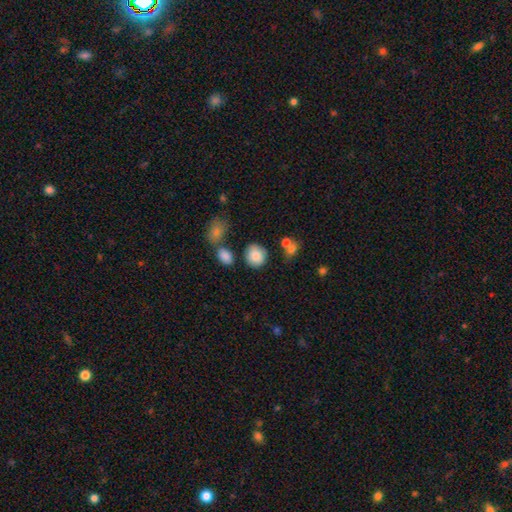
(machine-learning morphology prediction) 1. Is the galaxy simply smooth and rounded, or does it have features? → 84% smooth, 9% star or artifact, 7% featured or disk.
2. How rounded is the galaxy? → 74% round, 25% in between, 1% cigar-shaped.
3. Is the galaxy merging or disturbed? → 74% none, 14% minor disturbance, 8% merger, 4% major disturbance.